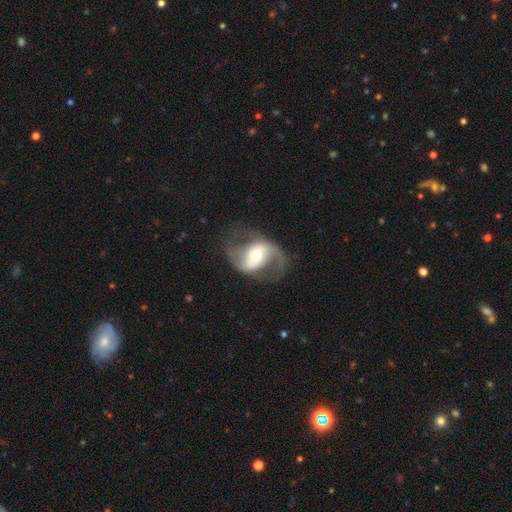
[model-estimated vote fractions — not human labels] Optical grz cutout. It shows a featured or disk galaxy (77%) with a strong bar (36%), 2 (81%) loose (49%) spiral arms (80%) and a moderate central bulge (59%). Merging: none (57%).